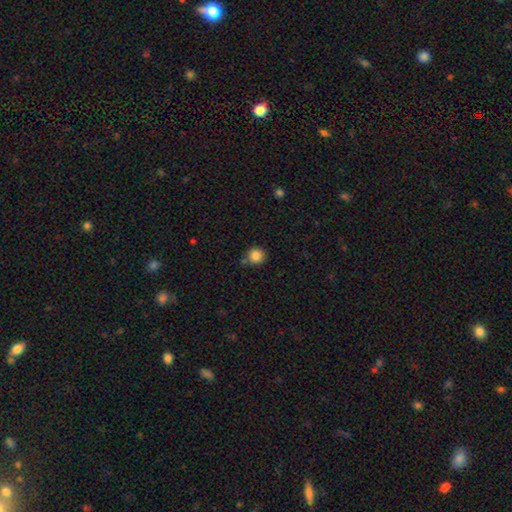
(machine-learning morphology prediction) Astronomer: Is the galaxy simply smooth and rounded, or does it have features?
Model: smooth — 86%.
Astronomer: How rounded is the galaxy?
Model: round — 91%.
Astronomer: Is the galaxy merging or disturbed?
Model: none — 77%.